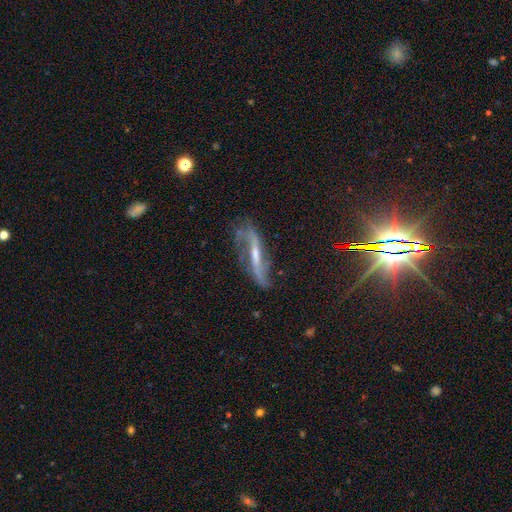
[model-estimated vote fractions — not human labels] Overall: featured or disk (79%). Edge-on disk: no (67%; yes 33%). Bar: strong (44%; weak 33%). Spiral arms: yes (91%). Bulge size: small (57%; moderate 31%). Merging: none (60%; minor disturbance 23%).